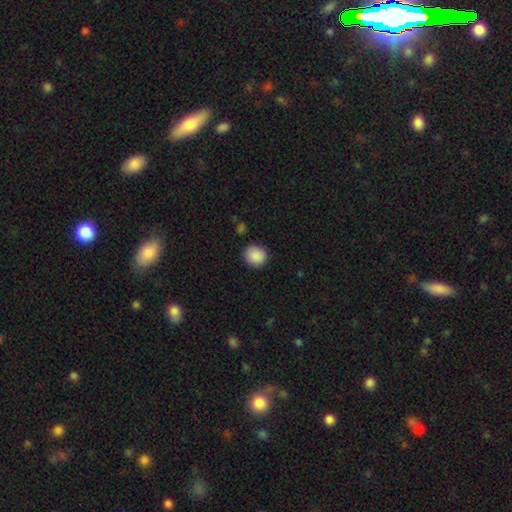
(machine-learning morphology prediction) This appears to be a smooth galaxy with no disk features (89%) that is round (88%). Merging: none (89%).